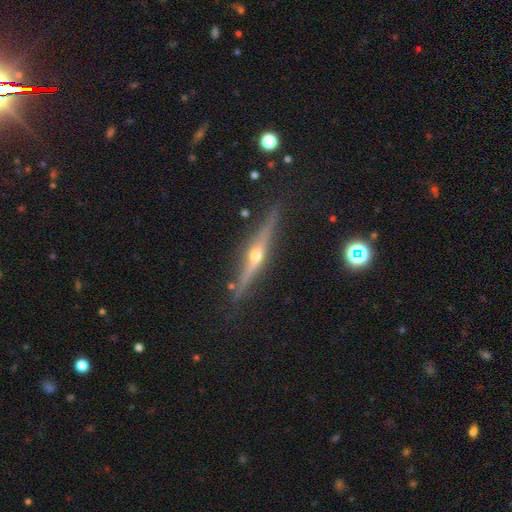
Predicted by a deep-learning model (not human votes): Overall: featured or disk (82%). Edge-on disk: yes (97%). Edge-on bulge: rounded (94%). Merging: none (88%).